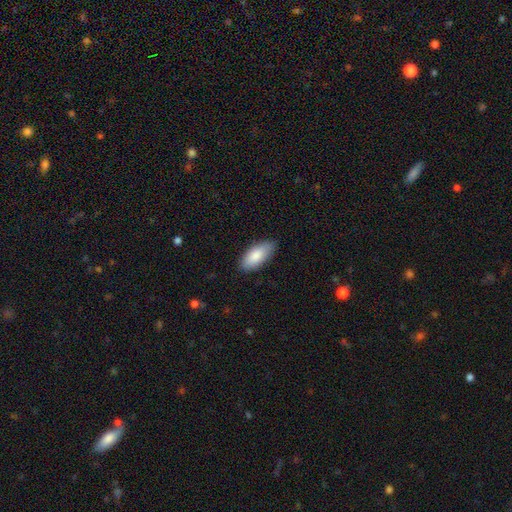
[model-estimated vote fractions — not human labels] Morphology: type=smooth (86%); roundness=in between (86%); merging=none (83%).